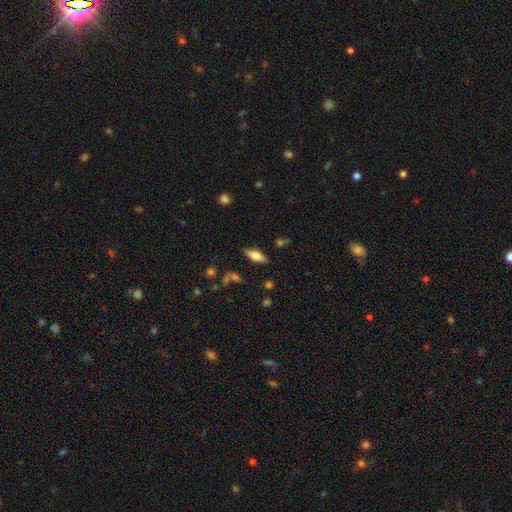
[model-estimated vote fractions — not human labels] smooth_or_featured: smooth (p=0.58) [alt: featured or disk p=0.35]
how_rounded: in between (p=0.68) [alt: cigar-shaped p=0.29]
merging: none (p=0.83) [alt: minor disturbance p=0.11]